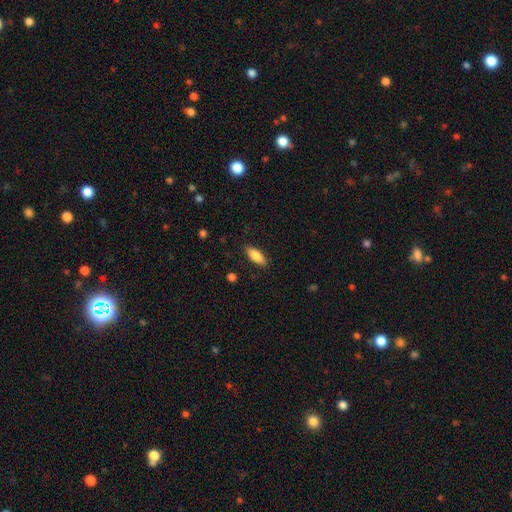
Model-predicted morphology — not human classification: A smooth galaxy with no disk features (85%) that is in between round and cigar-shaped (77%).

Vote fractions:
- Smooth or featured? smooth: 85% / featured or disk: 9% / star or artifact: 6%
- How rounded? in between: 77% / cigar-shaped: 21% / round: 2%
- Merging? none: 87% / minor disturbance: 10% / major disturbance: 2% / merger: 1%